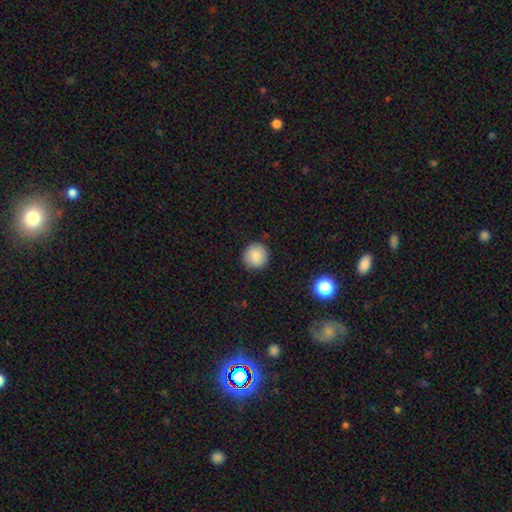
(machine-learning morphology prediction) smooth_or_featured: smooth (p=0.85) [alt: star or artifact p=0.09]
how_rounded: round (p=0.94) [alt: in between p=0.05]
merging: none (p=0.89) [alt: minor disturbance p=0.08]